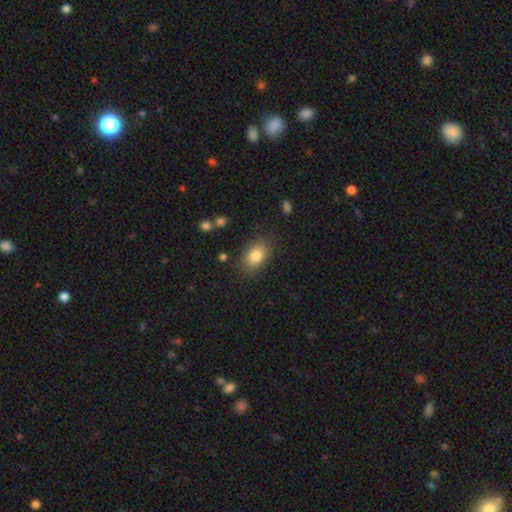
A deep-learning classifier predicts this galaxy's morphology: smooth_or_featured: smooth (p=0.82) [alt: featured or disk p=0.09]
how_rounded: in between (p=0.82) [alt: round p=0.16]
merging: none (p=0.82) [alt: minor disturbance p=0.12]